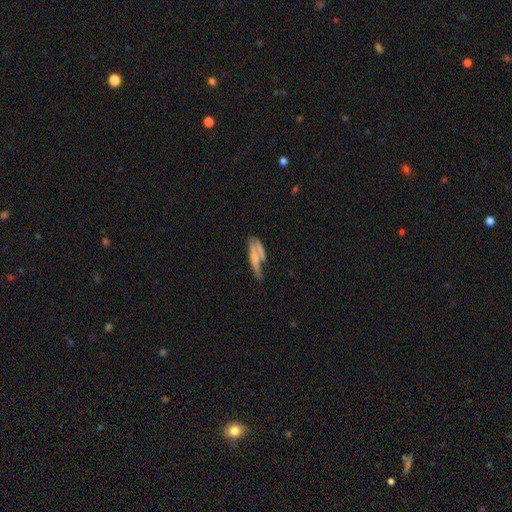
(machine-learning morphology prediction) Q: Smooth or featured?
A: smooth (53%); runner-up: featured or disk (38%)
Q: How rounded?
A: cigar-shaped (66%); runner-up: in between (30%)
Q: Merging?
A: merger (35%); tied with: none (35%)